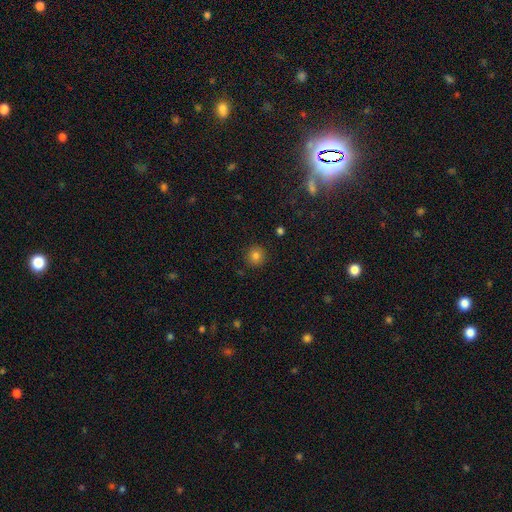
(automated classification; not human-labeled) Q: Smooth or featured?
A: smooth (81%); runner-up: star or artifact (13%)
Q: How rounded?
A: round (93%); runner-up: in between (6%)
Q: Merging?
A: none (90%); runner-up: minor disturbance (7%)